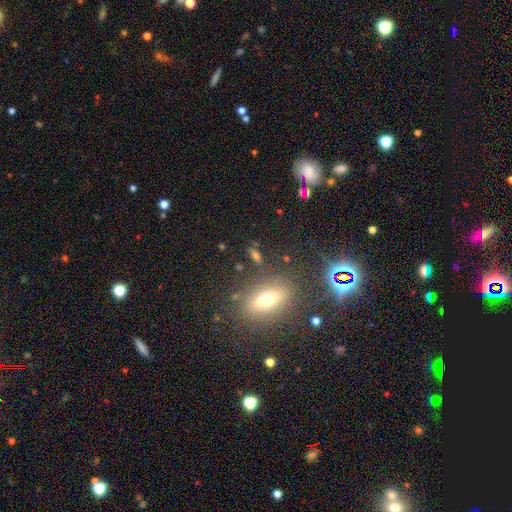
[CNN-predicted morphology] smooth-or-featured: smooth: 55% | star or artifact: 29% | featured or disk: 16%
  how-rounded: in between: 56% | cigar-shaped: 27% | round: 17%
  merging: none: 78% | minor disturbance: 11% | merger: 6% | major disturbance: 5%